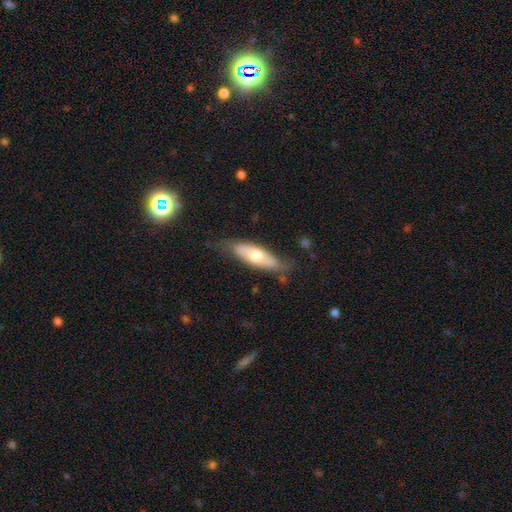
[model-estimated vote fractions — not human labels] Morphology: type=smooth (55%); roundness=in between (56%); merging=none (67%).